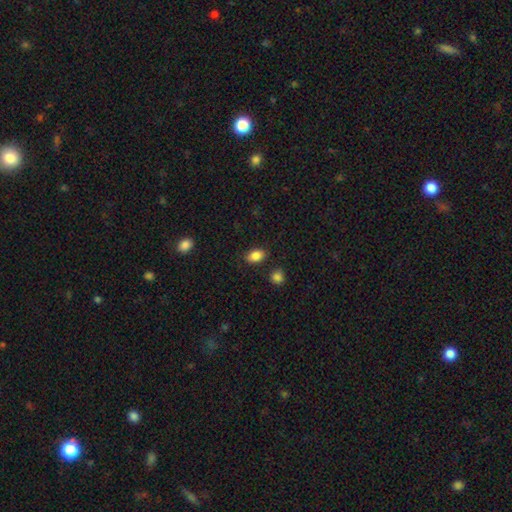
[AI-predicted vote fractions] The model was most divided on "how rounded": in between: 82%, round: 16%, cigar-shaped: 1%. More confident: smooth or featured — smooth (87%); merging — none (84%).